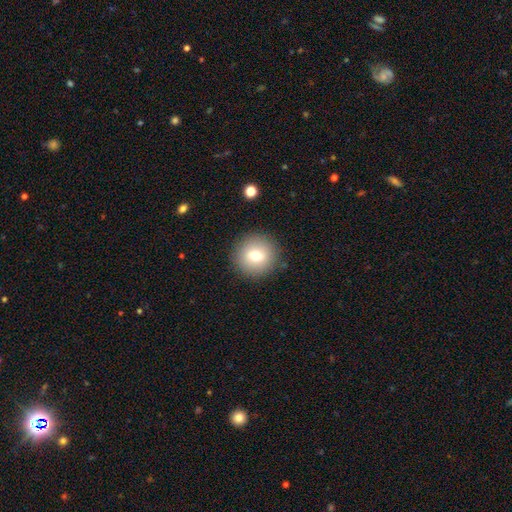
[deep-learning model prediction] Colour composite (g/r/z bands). It shows a smooth galaxy with no disk features (74%) that is round (94%). Merging: none (90%).